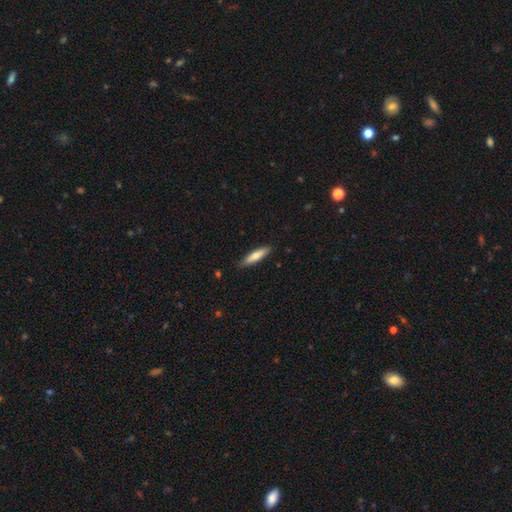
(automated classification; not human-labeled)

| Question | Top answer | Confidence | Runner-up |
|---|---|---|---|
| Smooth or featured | smooth | 69% | featured or disk (25%) |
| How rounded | cigar-shaped | 76% | in between (22%) |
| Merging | none | 88% | minor disturbance (10%) |